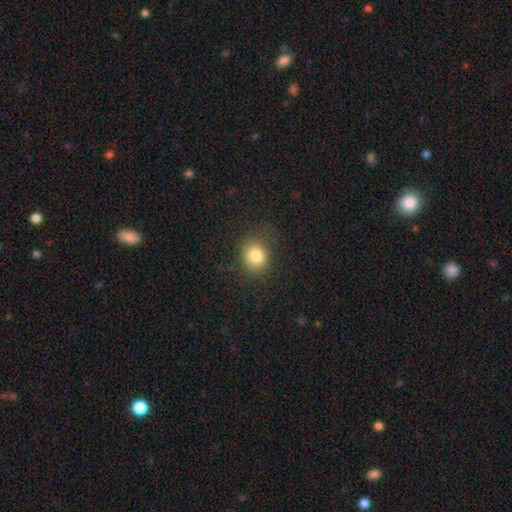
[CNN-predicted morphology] smooth 81%, star or artifact 11%, featured or disk 8%. Down the decision tree: how rounded — round (65%); merging — none (77%).